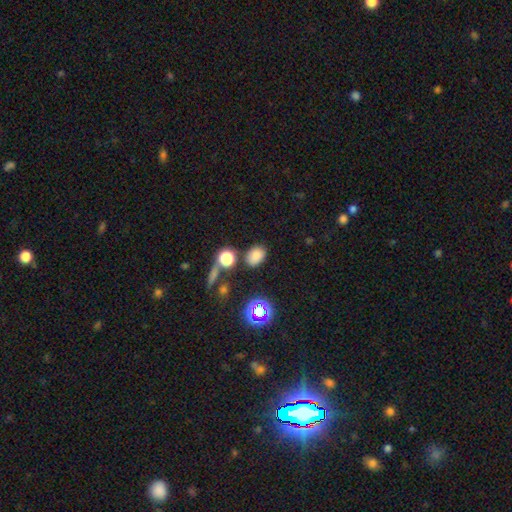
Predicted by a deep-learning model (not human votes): This is likely a smooth galaxy (78%). How rounded: likely in between (73%). Merging: likely none (76%).